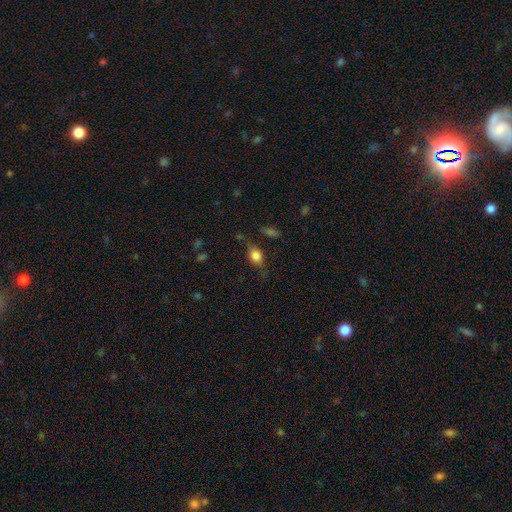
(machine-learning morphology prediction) smooth 76%, featured or disk 14%, star or artifact 10%. Down the decision tree: how rounded — in between (75%); merging — none (66%).